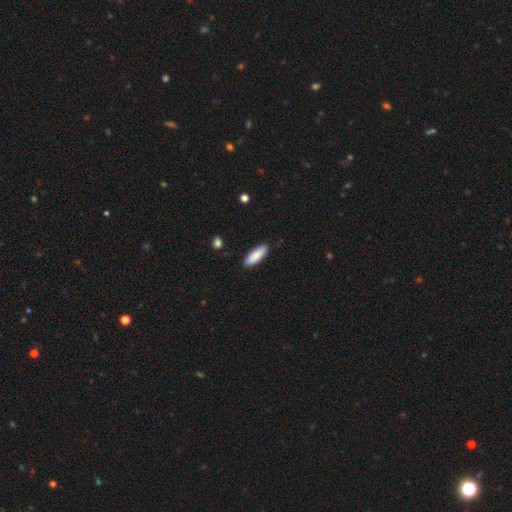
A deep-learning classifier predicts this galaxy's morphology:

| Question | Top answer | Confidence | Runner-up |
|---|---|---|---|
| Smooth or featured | smooth | 88% | featured or disk (6%) |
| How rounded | in between | 59% | cigar-shaped (40%) |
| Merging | none | 87% | minor disturbance (10%) |